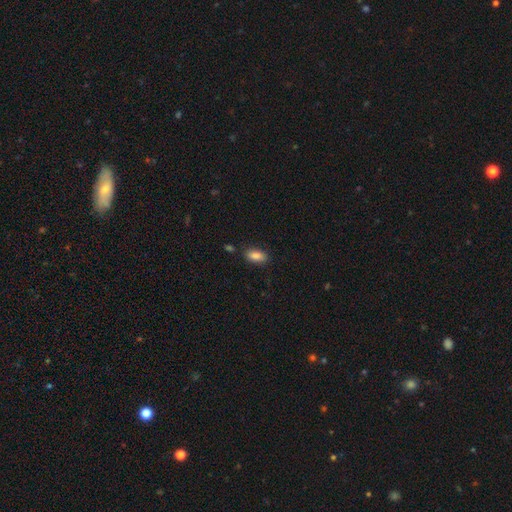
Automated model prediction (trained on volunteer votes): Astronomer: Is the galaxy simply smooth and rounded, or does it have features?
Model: smooth — 86%.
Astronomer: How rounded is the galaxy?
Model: in between — 89%.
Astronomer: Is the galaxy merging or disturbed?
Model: none — 84%.